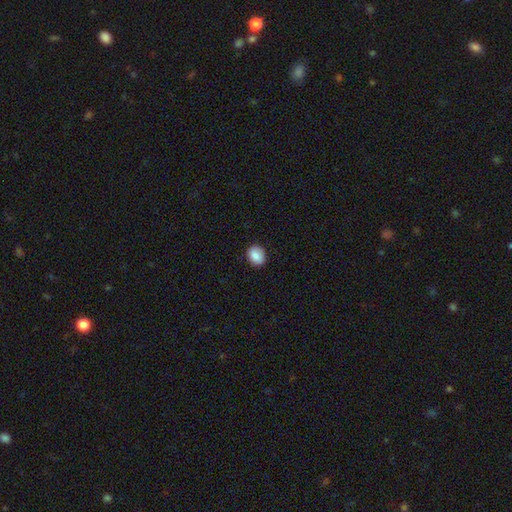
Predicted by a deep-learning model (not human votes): A smooth galaxy with no disk features (88%) that is in between round and cigar-shaped (53%).

Vote fractions:
- Smooth or featured? smooth: 88% / star or artifact: 8% / featured or disk: 4%
- How rounded? in between: 53% / round: 46% / cigar-shaped: 1%
- Merging? none: 88% / minor disturbance: 9% / major disturbance: 2% / merger: 1%